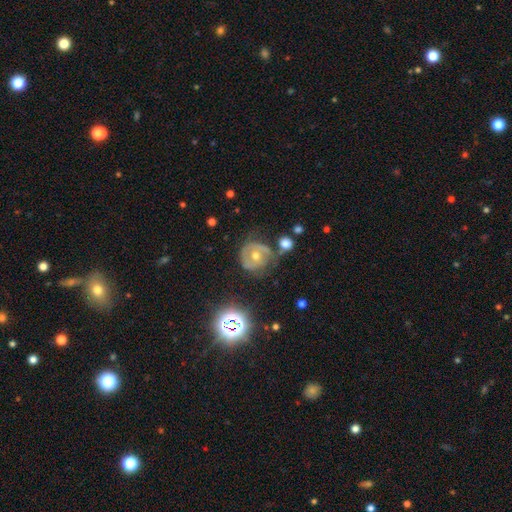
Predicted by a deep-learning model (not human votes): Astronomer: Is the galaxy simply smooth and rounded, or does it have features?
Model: featured or disk — 67%.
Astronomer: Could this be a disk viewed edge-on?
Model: no — 97%.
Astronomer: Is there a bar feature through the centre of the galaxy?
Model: no — 67%.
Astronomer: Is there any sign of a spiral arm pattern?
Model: yes — 74%.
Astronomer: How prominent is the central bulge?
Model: moderate — 66%.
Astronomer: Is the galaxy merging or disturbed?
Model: none — 61%.